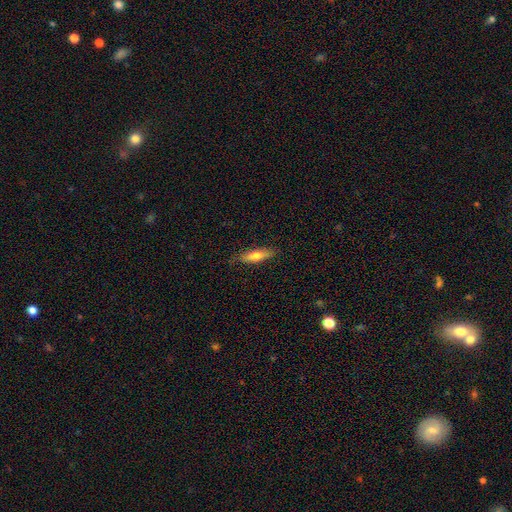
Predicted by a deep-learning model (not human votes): smooth 69%, featured or disk 25%, star or artifact 6%. Down the decision tree: how rounded — cigar-shaped (61%); merging — none (81%).